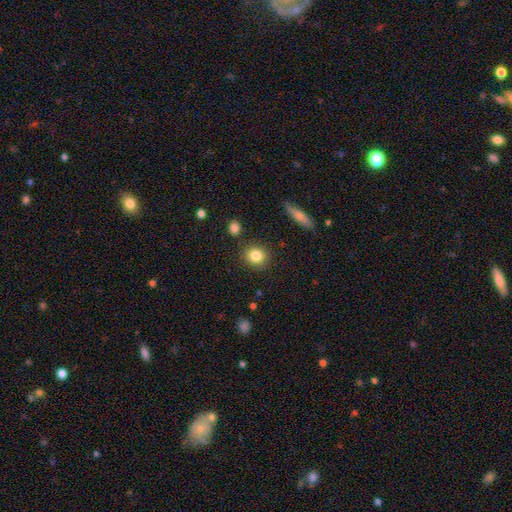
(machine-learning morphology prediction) Smooth or featured? Predicted: smooth (p=0.84). How rounded? Predicted: round (p=0.79). Merging? Predicted: none (p=0.87).